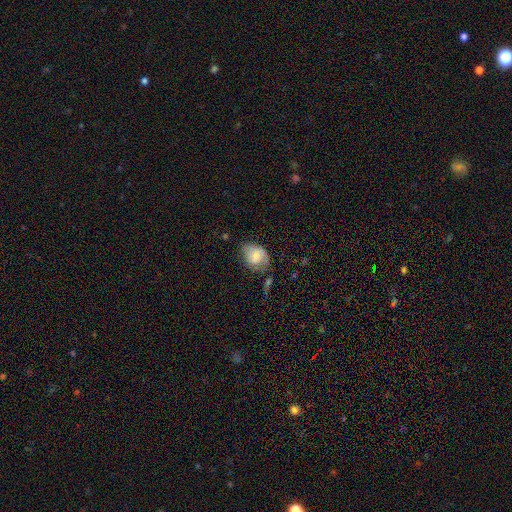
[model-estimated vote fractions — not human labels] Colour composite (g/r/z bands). It shows a smooth galaxy with no disk features (49%). Merging: none (53%).